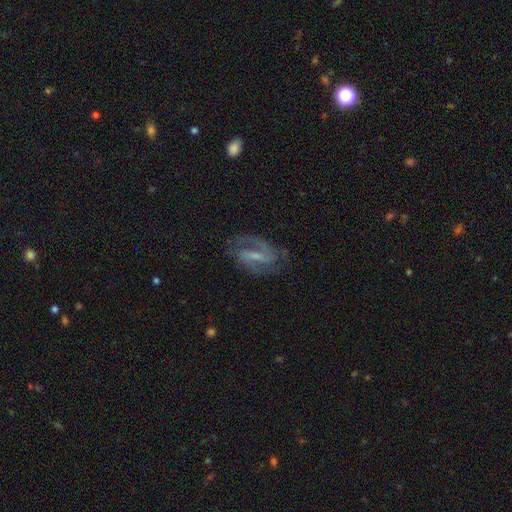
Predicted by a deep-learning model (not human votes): A featured or disk galaxy (85%) with a strong bar (45%), 2 (87%) medium (55%) spiral arms (95%) and a small central bulge (54%). Merging: none (75%).